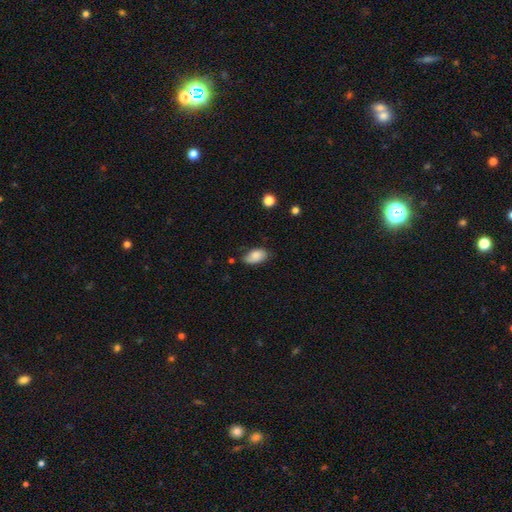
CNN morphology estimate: smooth-or-featured: smooth: 83% | featured or disk: 9% | star or artifact: 7%
  how-rounded: in between: 93% | round: 4% | cigar-shaped: 3%
  merging: none: 65% | minor disturbance: 28% | major disturbance: 5% | merger: 2%